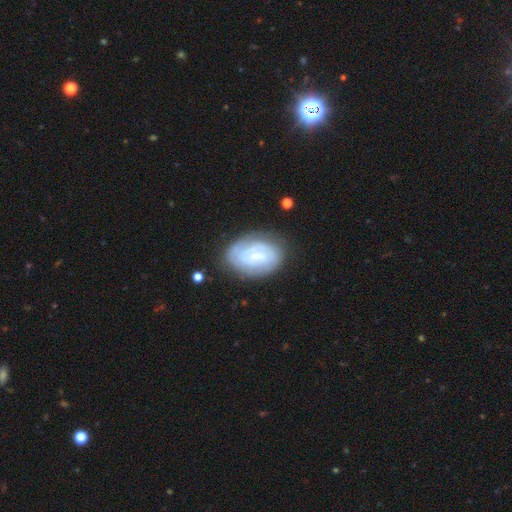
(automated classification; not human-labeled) This appears to be a featured or disk galaxy (71%) with a weak bar (51%), 2 (37%) tight (62%) spiral arms (89%) and a small central bulge (60%). Merging: none (75%).